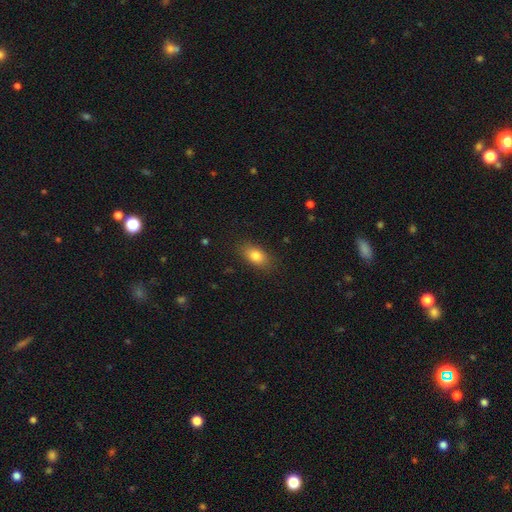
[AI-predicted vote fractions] A smooth galaxy with no disk features (82%) that is in between round and cigar-shaped (86%). Merging: none (85%).